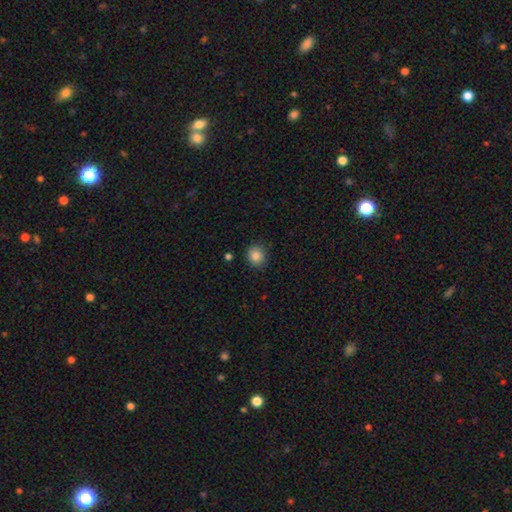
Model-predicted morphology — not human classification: This appears to be a smooth galaxy with no disk features (86%) that is round (80%). Merging: none (86%).